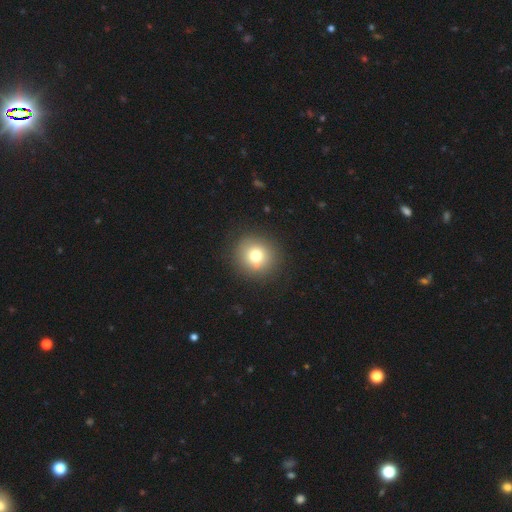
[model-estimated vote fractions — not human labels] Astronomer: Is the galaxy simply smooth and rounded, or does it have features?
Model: smooth — 76%.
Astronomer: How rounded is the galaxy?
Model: round — 91%.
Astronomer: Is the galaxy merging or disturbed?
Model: none — 88%.